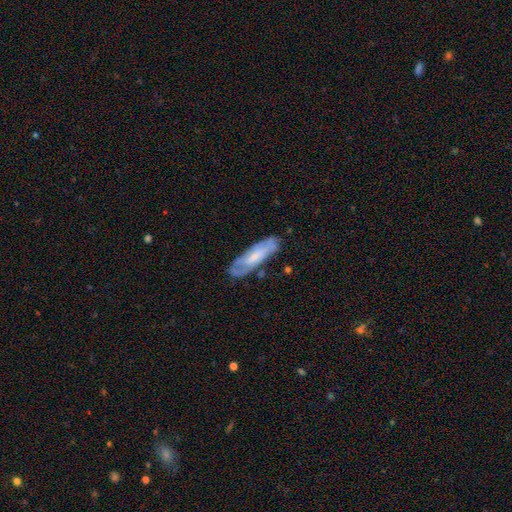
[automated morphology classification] type=featured or disk (55%); edge-on=no (71%); merging=none (70%).